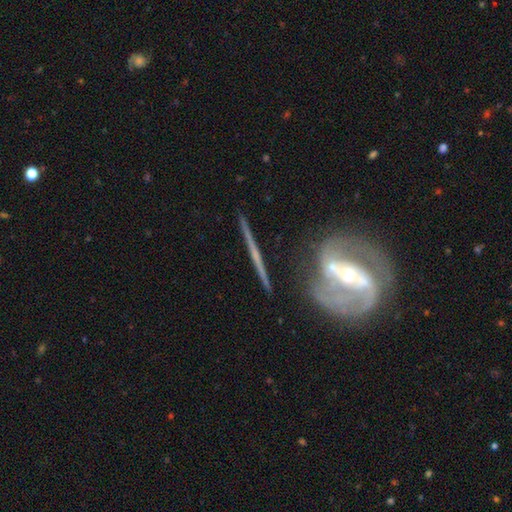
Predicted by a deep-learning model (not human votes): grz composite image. It shows a featured or disk galaxy (81%) viewed edge-on (77%) with a rounded central bulge (52%). Merging: none (71%).